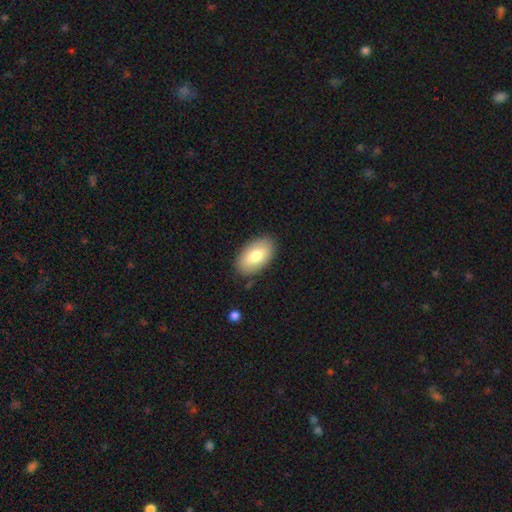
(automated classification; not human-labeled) A smooth galaxy with no disk features (79%) that is in between round and cigar-shaped (95%).

Vote fractions:
- Smooth or featured? smooth: 79% / featured or disk: 15% / star or artifact: 6%
- How rounded? in between: 95% / round: 4% / cigar-shaped: 2%
- Merging? none: 86% / minor disturbance: 10% / major disturbance: 2% / merger: 1%